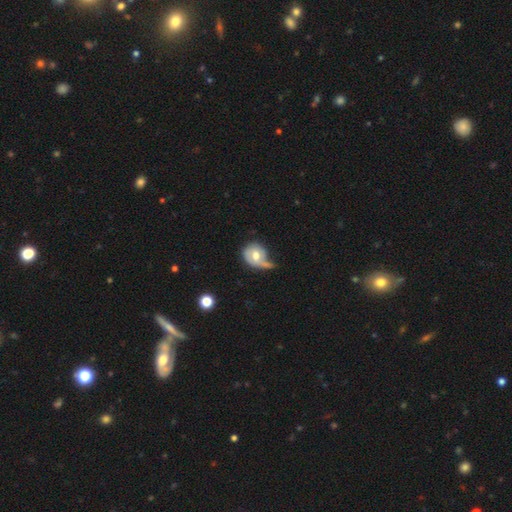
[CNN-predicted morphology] Q: Smooth or featured?
A: smooth (52%); runner-up: featured or disk (41%)
Q: How rounded?
A: round (66%); runner-up: in between (33%)
Q: Merging?
A: major disturbance (31%); runner-up: minor disturbance (28%)